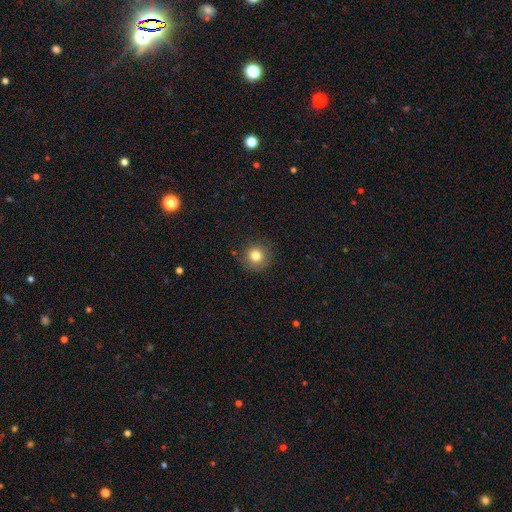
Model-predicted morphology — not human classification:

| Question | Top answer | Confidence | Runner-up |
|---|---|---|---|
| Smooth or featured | smooth | 80% | star or artifact (12%) |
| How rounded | round | 93% | in between (6%) |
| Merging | none | 86% | minor disturbance (10%) |